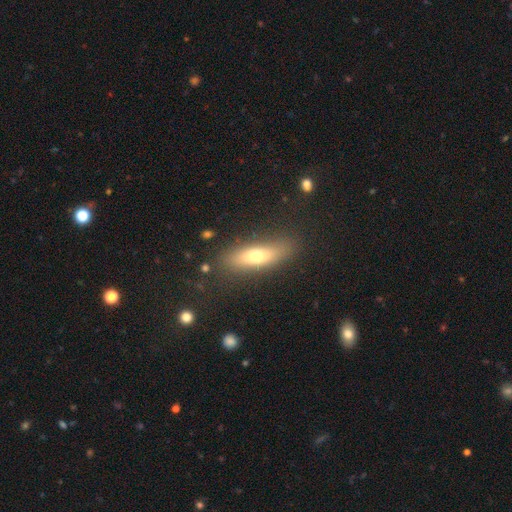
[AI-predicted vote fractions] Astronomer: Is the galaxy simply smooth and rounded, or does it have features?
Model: smooth — 64%.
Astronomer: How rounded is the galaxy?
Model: cigar-shaped — 55% (runner-up: in between, 42%).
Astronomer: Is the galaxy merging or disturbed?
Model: none — 82%.